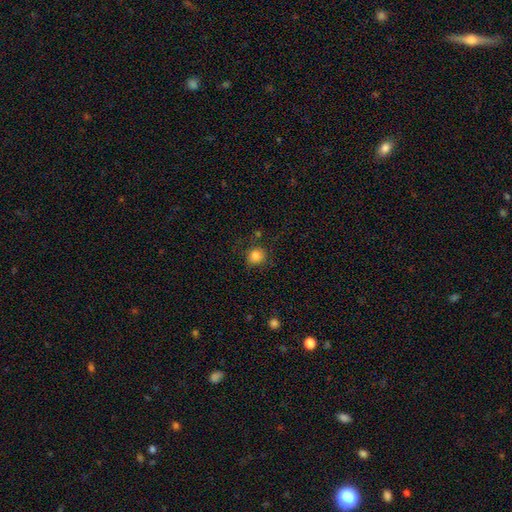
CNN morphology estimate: smooth 83%, star or artifact 12%, featured or disk 5%. Down the decision tree: how rounded — round (90%); merging — none (80%).